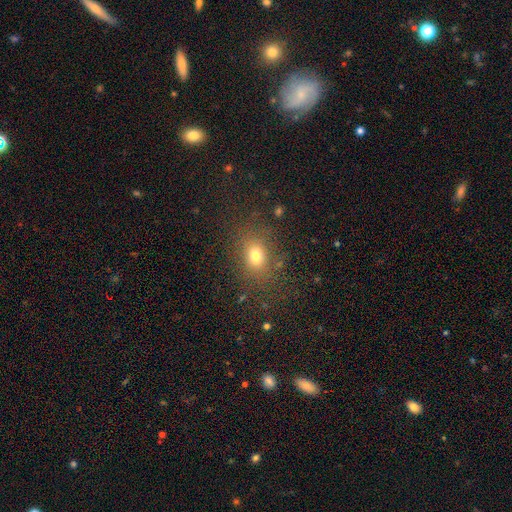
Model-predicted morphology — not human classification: This is likely a smooth galaxy (73%). How rounded: possibly in between (58%). Merging: likely none (78%).